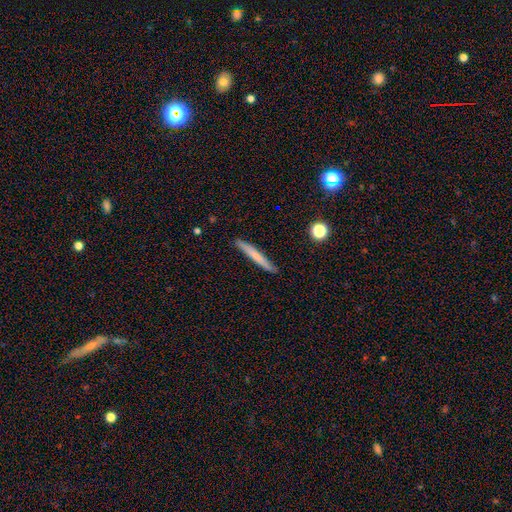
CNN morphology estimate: Smooth or featured? Predicted: smooth (p=0.66). How rounded? Predicted: cigar-shaped (p=0.96). Merging? Predicted: none (p=0.88).